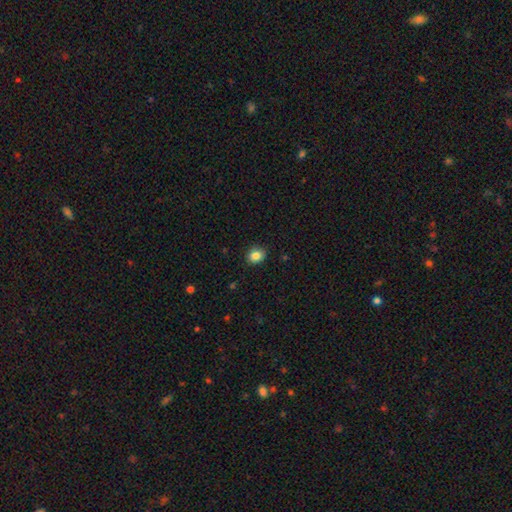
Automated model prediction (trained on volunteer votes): smooth-or-featured: smooth: 85% | star or artifact: 10% | featured or disk: 5%
  how-rounded: round: 63% | in between: 36% | cigar-shaped: 1%
  merging: none: 89% | minor disturbance: 8% | major disturbance: 2% | merger: 1%